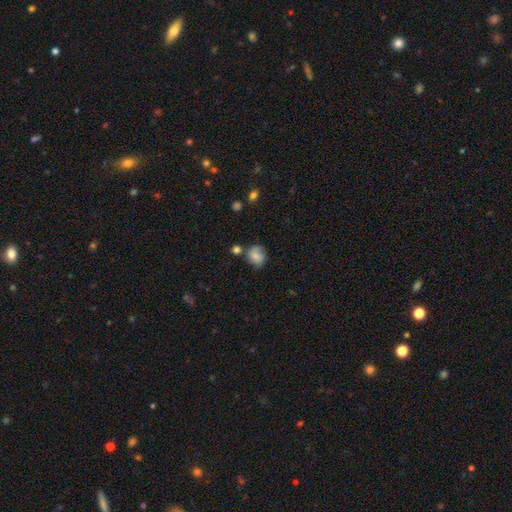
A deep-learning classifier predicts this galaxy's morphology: Overall: smooth (65%). How rounded: round (61%; in between 38%). Merging: none (53%; minor disturbance 26%).